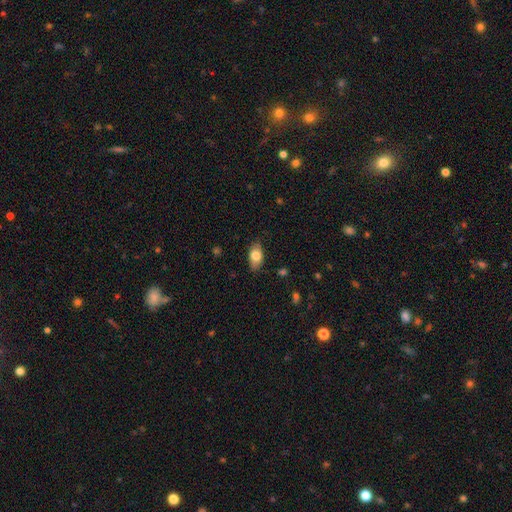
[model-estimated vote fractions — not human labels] Q: Smooth or featured?
A: smooth (76%); runner-up: featured or disk (17%)
Q: How rounded?
A: in between (89%); runner-up: cigar-shaped (6%)
Q: Merging?
A: none (83%); runner-up: minor disturbance (13%)